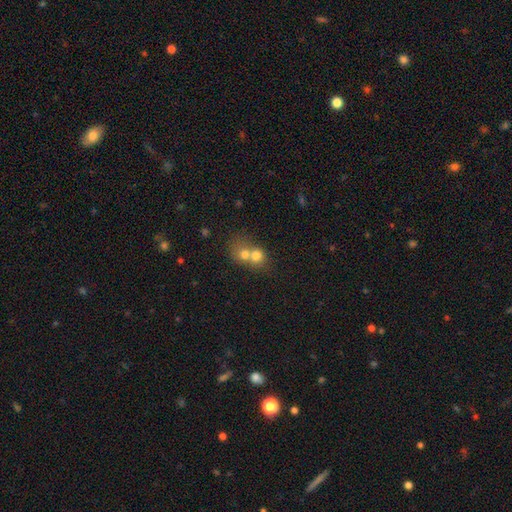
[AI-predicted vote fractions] Smooth or featured: smooth — 71% (featured or disk — 18%)
How rounded: round — 71% (in between — 28%)
Merging: merger — 71% (none — 21%)